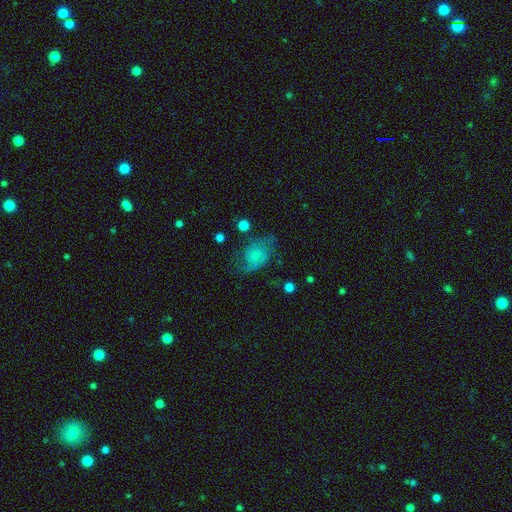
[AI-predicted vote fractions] Smooth or featured? Predicted: featured or disk (p=0.52). Edge-on disk? Predicted: no (p=0.97). Bar? Predicted: no (p=0.69). Spiral arms? Predicted: yes (p=0.81). Bulge size? Predicted: small (p=0.52). Merging? Predicted: none (p=0.51).